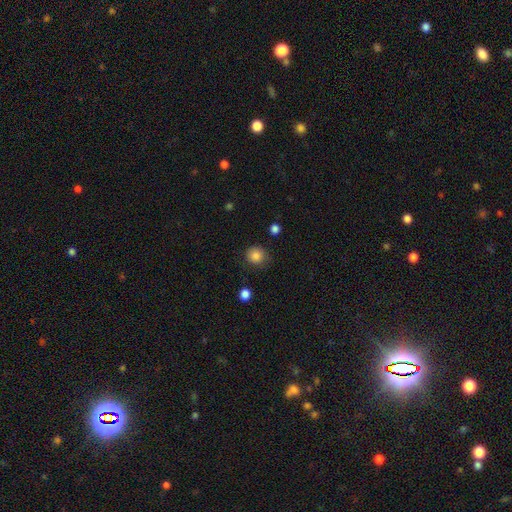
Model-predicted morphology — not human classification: This appears to be a smooth galaxy with no disk features (86%) that is round (87%). Merging: none (78%).